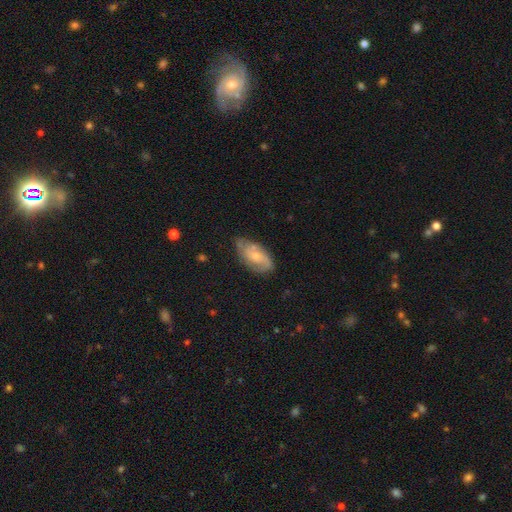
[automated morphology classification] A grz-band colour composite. It shows a featured or disk galaxy (62%) with no bar (62%), 2 (67%) medium (44%) spiral arms (86%) and a small central bulge (54%). Merging: none (65%).